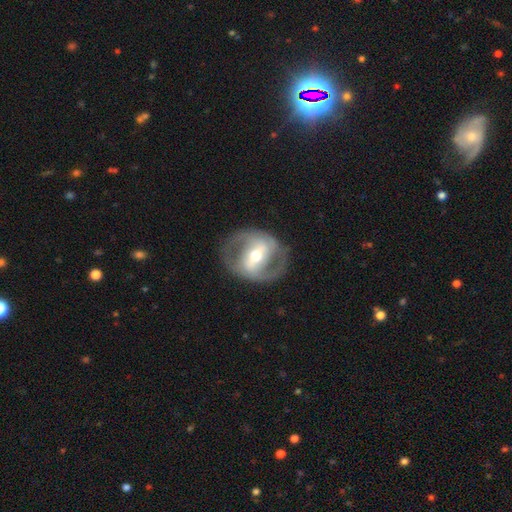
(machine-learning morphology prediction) type=featured or disk (80%); edge-on=no (95%); bar=strong (53%); spiral arms=yes (75%); winding=medium (50%); arm count=2 (86%); bulge=moderate (64%); merging=none (79%).